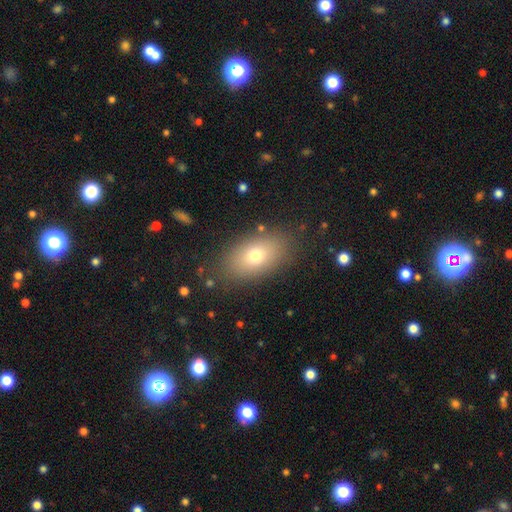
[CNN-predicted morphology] A smooth galaxy with no disk features (72%) that is in between round and cigar-shaped (88%). Merging: none (84%).